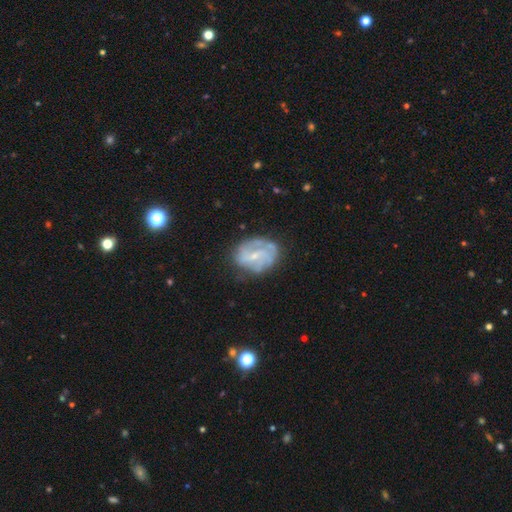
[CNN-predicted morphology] Smooth or featured: featured or disk — 76% (smooth — 18%)
Edge-on disk: no — 97% (yes — 3%)
Bar: weak — 48% (no — 39%)
Spiral arms: yes — 86% (no — 14%)
Spiral winding: medium — 42% (tight — 40%)
Spiral arm count: 2 — 41% (can't tell — 29%)
Bulge size: small — 69% (moderate — 20%)
Merging: none — 63% (minor disturbance — 24%)